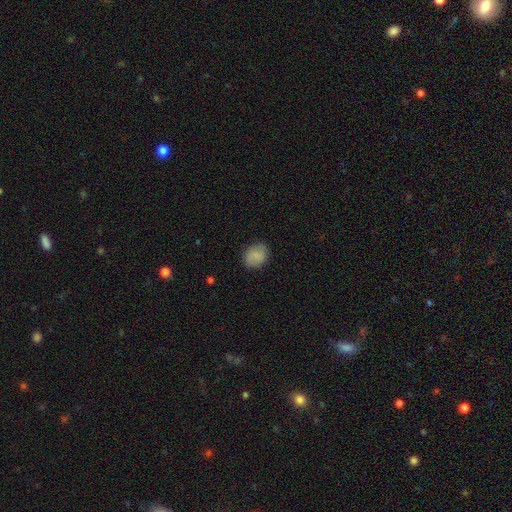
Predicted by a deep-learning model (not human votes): Smooth or featured? Predicted: smooth (p=0.83). How rounded? Predicted: round (p=0.52). Merging? Predicted: none (p=0.84).